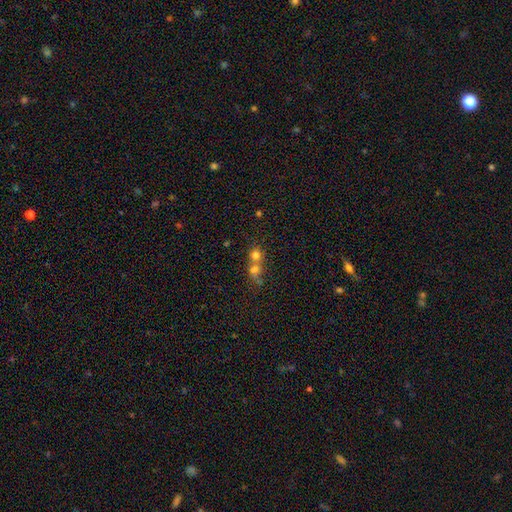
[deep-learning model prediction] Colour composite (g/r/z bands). It shows a smooth galaxy with no disk features (72%) that is round (83%). Merging: merger (61%).